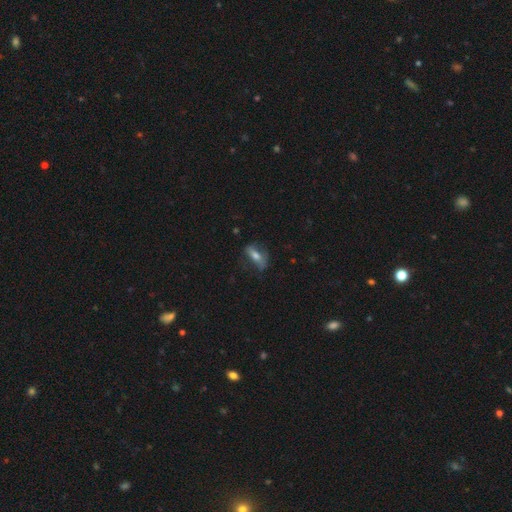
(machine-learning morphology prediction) Smooth or featured: smooth — 54% (featured or disk — 37%)
How rounded: in between — 64% (cigar-shaped — 31%)
Merging: none — 61% (minor disturbance — 24%)